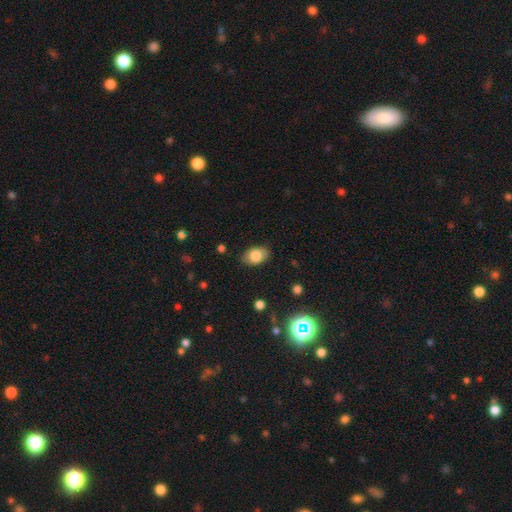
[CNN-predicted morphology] The model was most divided on "smooth or featured": smooth: 80%, featured or disk: 12%, star or artifact: 8%. More confident: how rounded — in between (86%); merging — none (85%).